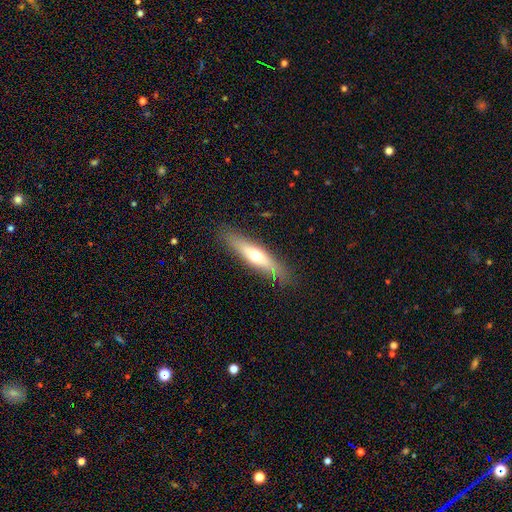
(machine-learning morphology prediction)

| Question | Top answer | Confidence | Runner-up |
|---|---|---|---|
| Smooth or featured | smooth | 49% | featured or disk (44%) |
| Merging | none | 85% | minor disturbance (11%) |